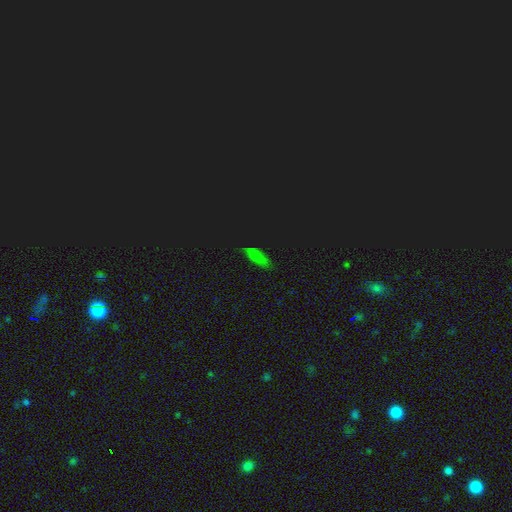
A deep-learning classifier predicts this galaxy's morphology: smooth_or_featured: smooth (p=0.58) [alt: star or artifact p=0.33]
how_rounded: in between (p=0.72) [alt: cigar-shaped p=0.22]
merging: none (p=0.68) [alt: minor disturbance p=0.23]